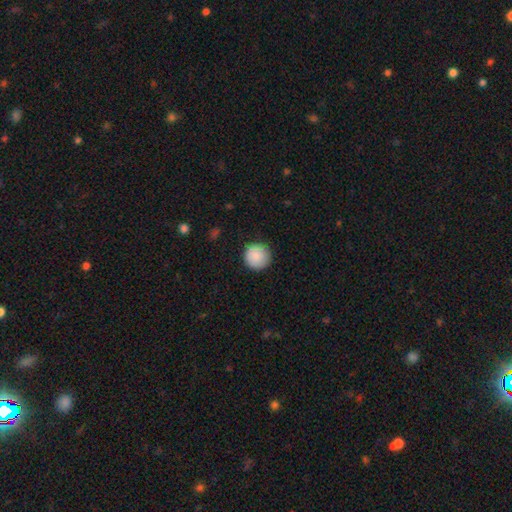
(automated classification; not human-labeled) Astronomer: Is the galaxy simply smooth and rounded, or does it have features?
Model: smooth — 89%.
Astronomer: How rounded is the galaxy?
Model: round — 96%.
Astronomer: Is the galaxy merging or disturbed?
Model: none — 90%.